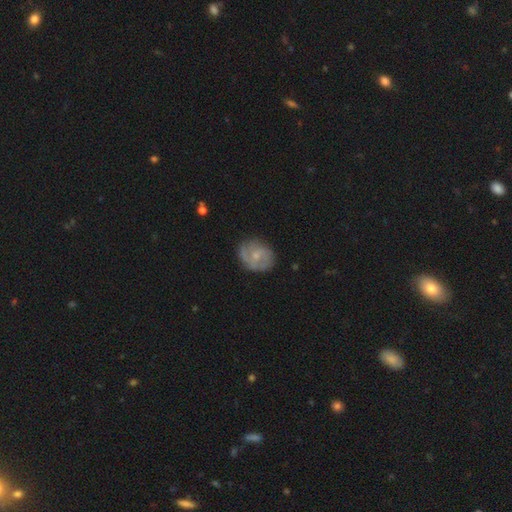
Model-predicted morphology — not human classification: featured or disk 62%, smooth 31%, star or artifact 7%. Down the decision tree: edge-on disk — no (97%); bar — no (71%); spiral arms — yes (81%); bulge size — small (68%); merging — none (72%).